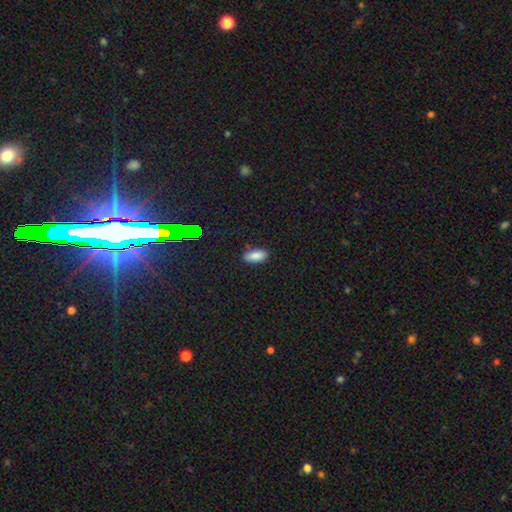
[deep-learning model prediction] Q: Smooth or featured?
A: smooth (84%); runner-up: star or artifact (10%)
Q: How rounded?
A: in between (87%); runner-up: cigar-shaped (11%)
Q: Merging?
A: none (86%); runner-up: minor disturbance (10%)